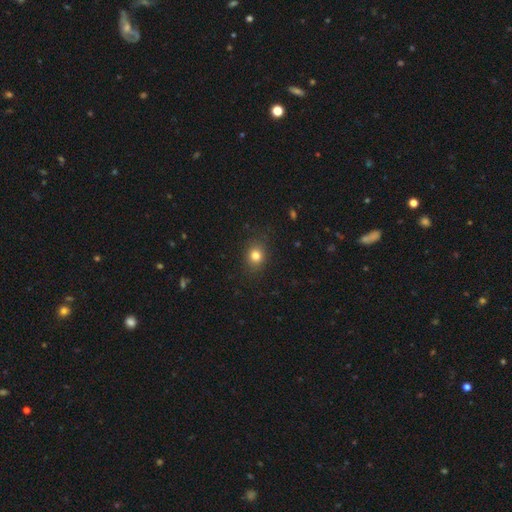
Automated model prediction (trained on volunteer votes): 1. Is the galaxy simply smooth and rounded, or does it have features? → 81% smooth, 13% star or artifact, 6% featured or disk.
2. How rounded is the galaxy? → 66% round, 33% in between, 1% cigar-shaped.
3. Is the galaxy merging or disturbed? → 87% none, 9% minor disturbance, 3% major disturbance, 1% merger.